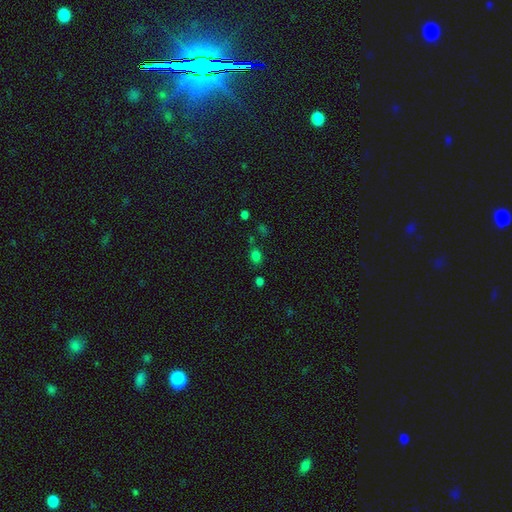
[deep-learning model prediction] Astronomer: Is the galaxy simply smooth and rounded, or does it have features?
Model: smooth — 72%.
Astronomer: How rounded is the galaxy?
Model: in between — 62%.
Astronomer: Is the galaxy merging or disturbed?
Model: none — 69%.